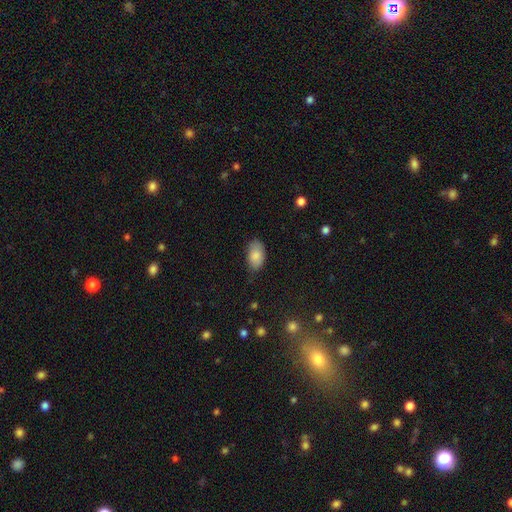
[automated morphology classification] A smooth galaxy with no disk features (84%) that is in between round and cigar-shaped (93%). Merging: none (73%).